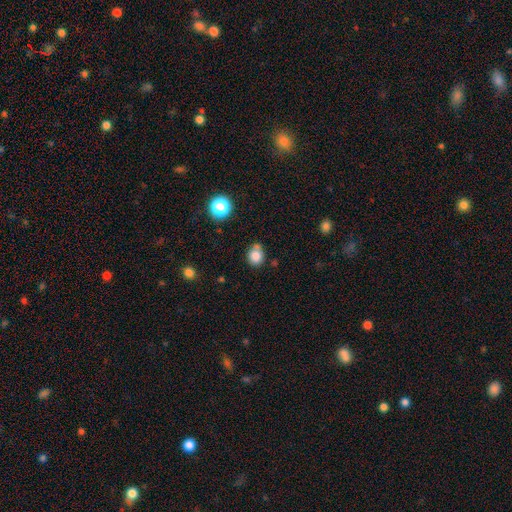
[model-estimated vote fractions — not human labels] smooth_or_featured: smooth (p=0.81) [alt: star or artifact p=0.12]
how_rounded: round (p=0.71) [alt: in between p=0.28]
merging: none (p=0.61) [alt: minor disturbance p=0.19]